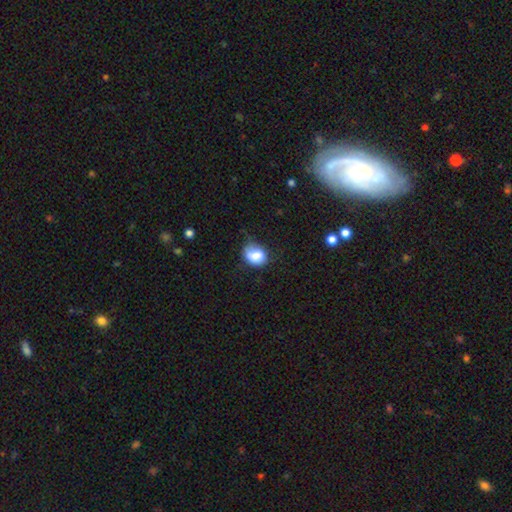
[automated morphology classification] Smooth or featured: smooth — 81% (featured or disk — 10%)
How rounded: in between — 51% (round — 48%)
Merging: none — 47% (minor disturbance — 37%)